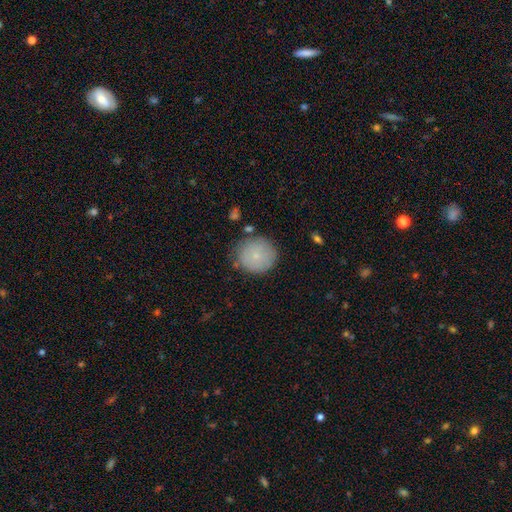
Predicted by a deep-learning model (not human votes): This is likely a smooth galaxy (79%). How rounded: clearly round (91%). Merging: likely none (78%).